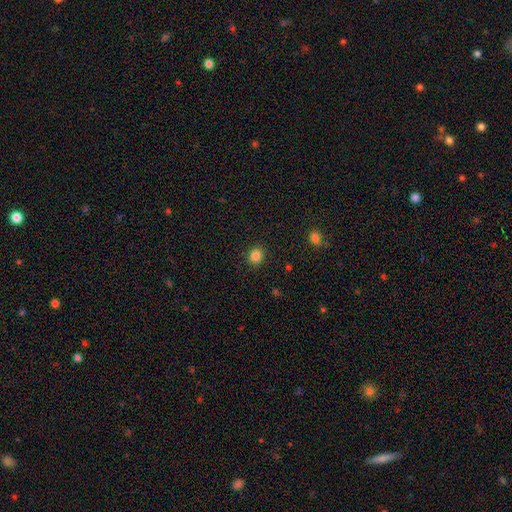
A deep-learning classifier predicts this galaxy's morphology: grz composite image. It shows a smooth galaxy with no disk features (85%) that is round (79%). Merging: none (90%).